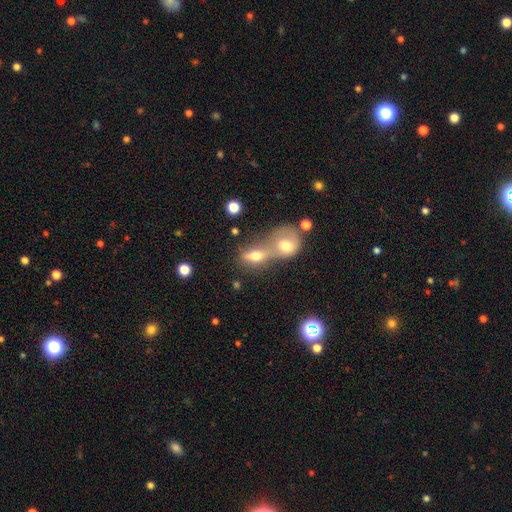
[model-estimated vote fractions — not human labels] The model was most divided on "how rounded": in between: 61%, round: 32%, cigar-shaped: 7%. More confident: merging — merger (73%); smooth or featured — smooth (64%).